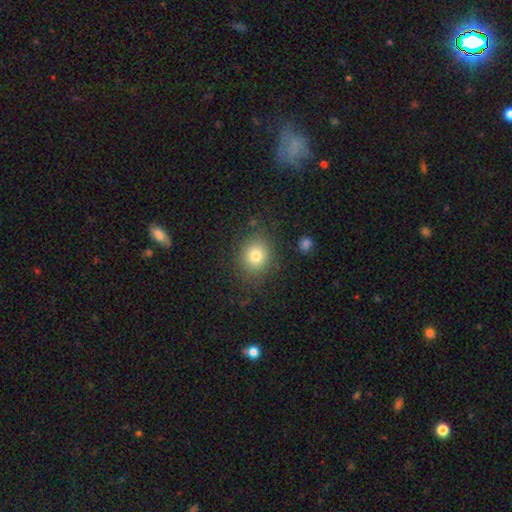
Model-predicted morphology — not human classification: smooth 79%, star or artifact 12%, featured or disk 9%. Down the decision tree: how rounded — round (73%); merging — none (83%).